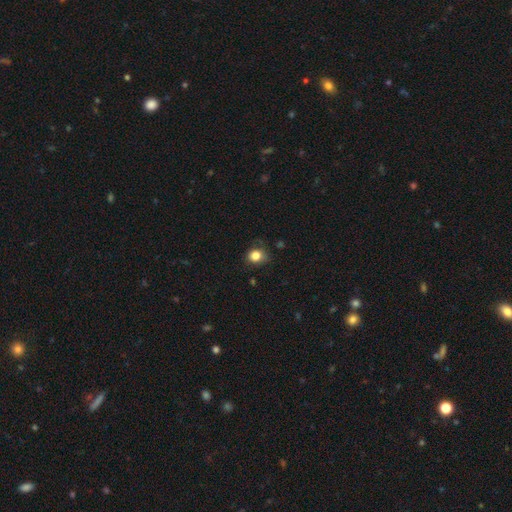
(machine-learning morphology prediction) This appears to be a smooth galaxy with no disk features (82%) that is round (67%). Merging: none (71%).